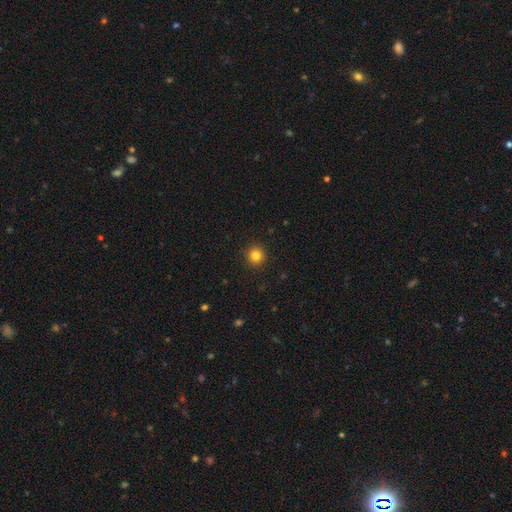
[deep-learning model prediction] smooth 83%, star or artifact 12%, featured or disk 5%. Down the decision tree: how rounded — round (95%); merging — none (93%).